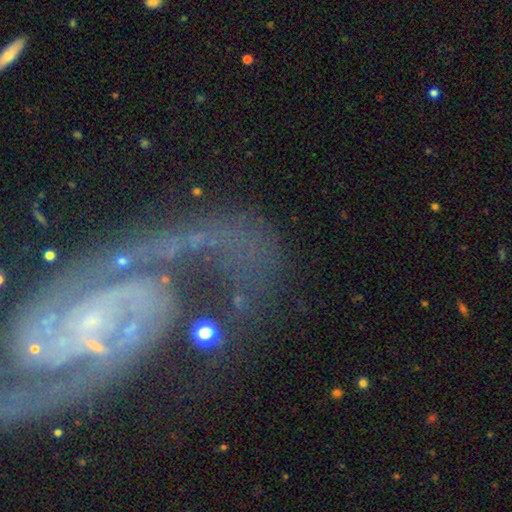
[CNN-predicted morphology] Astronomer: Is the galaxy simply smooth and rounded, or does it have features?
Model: featured or disk — 49% (runner-up: star or artifact, 27%).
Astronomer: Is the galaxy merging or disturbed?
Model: none — 40% (runner-up: major disturbance, 29%).